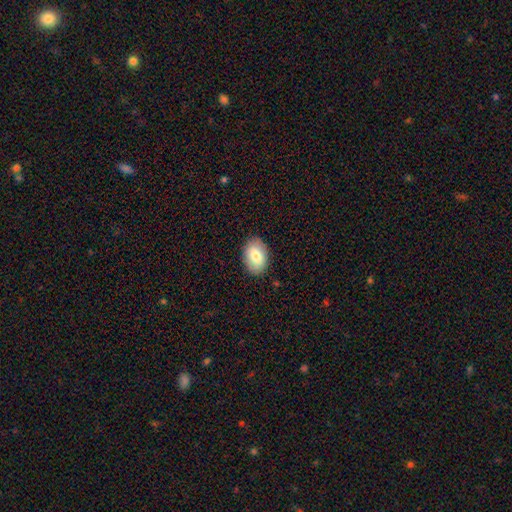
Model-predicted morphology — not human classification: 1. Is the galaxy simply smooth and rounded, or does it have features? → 78% smooth, 15% featured or disk, 7% star or artifact.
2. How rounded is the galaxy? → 88% in between, 11% round, 1% cigar-shaped.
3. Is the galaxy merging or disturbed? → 87% none, 10% minor disturbance, 2% major disturbance, 1% merger.